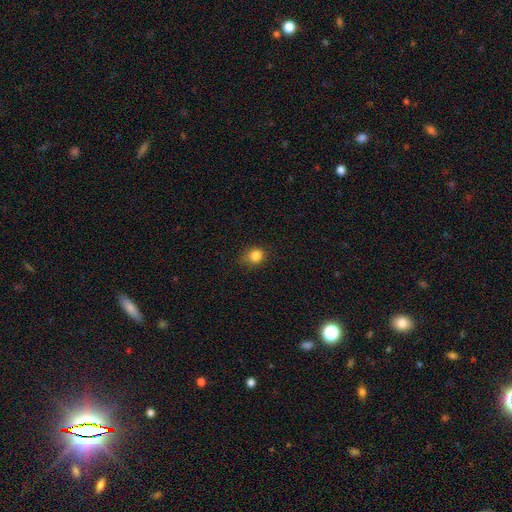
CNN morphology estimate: A smooth galaxy with no disk features (83%) that is round (72%). Merging: none (74%).